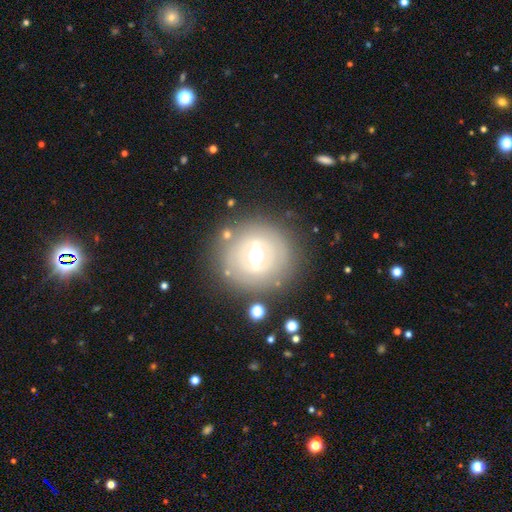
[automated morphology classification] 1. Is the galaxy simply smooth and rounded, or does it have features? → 75% featured or disk, 16% smooth, 9% star or artifact.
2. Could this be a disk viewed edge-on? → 83% no, 17% yes.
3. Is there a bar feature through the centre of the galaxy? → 66% strong, 23% weak, 11% no.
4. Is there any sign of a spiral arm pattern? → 68% no, 32% yes.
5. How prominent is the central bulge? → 67% moderate, 21% large, 9% small, 3% dominant, 1% none.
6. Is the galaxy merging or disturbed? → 81% none, 11% minor disturbance, 6% major disturbance, 2% merger.